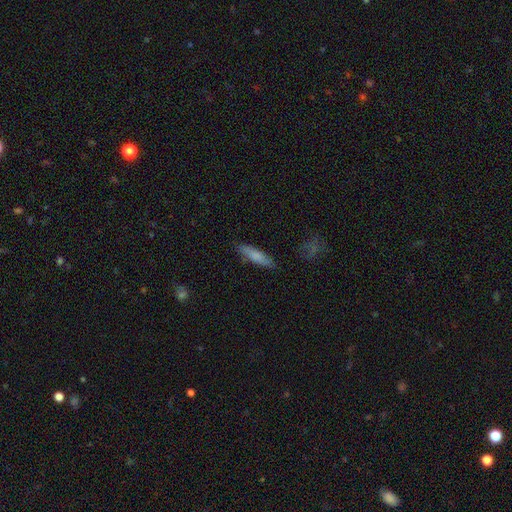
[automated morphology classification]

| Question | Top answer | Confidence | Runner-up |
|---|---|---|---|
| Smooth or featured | smooth | 78% | featured or disk (15%) |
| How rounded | cigar-shaped | 69% | in between (29%) |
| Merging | none | 83% | minor disturbance (13%) |